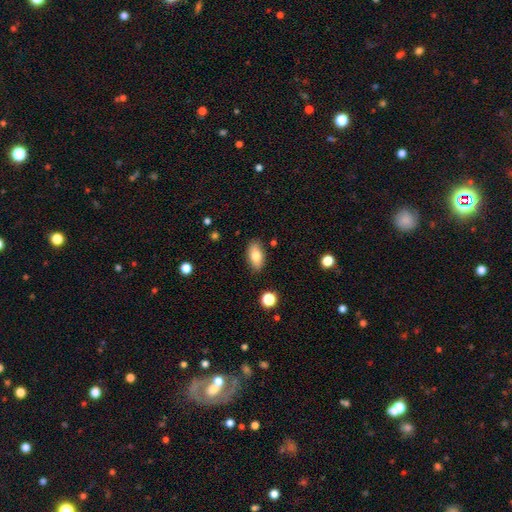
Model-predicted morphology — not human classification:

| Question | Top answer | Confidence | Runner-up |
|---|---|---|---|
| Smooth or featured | smooth | 77% | featured or disk (15%) |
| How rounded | in between | 89% | cigar-shaped (6%) |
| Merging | none | 85% | minor disturbance (11%) |